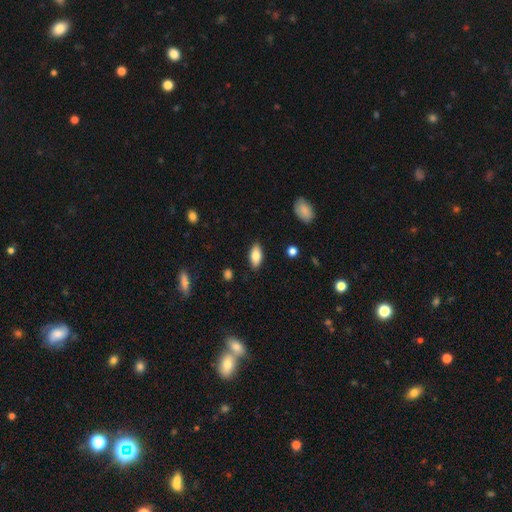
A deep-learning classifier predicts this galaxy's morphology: smooth-or-featured: smooth: 81% | featured or disk: 12% | star or artifact: 7%
  how-rounded: in between: 89% | cigar-shaped: 9% | round: 3%
  merging: none: 86% | minor disturbance: 10% | major disturbance: 2% | merger: 1%